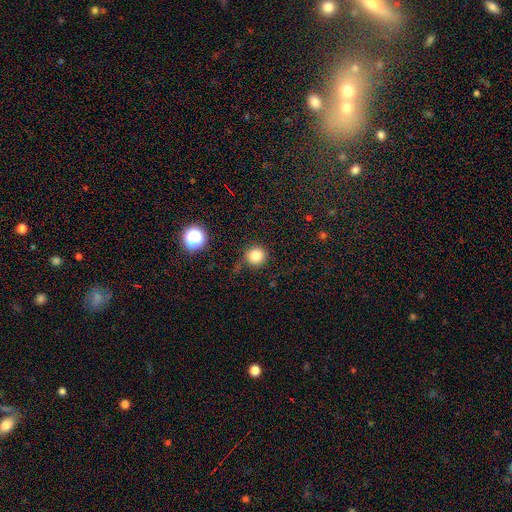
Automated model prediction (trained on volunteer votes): A smooth galaxy with no disk features (82%) that is round (94%).

Vote fractions:
- Smooth or featured? smooth: 82% / star or artifact: 13% / featured or disk: 5%
- How rounded? round: 94% / in between: 5% / cigar-shaped: 1%
- Merging? none: 80% / minor disturbance: 12% / major disturbance: 4% / merger: 3%